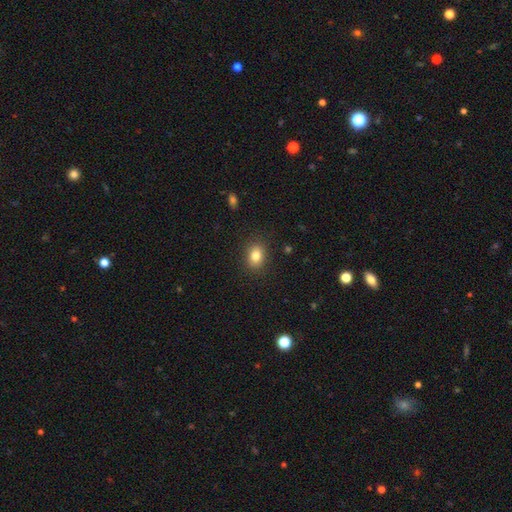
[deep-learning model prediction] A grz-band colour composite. It shows a smooth galaxy with no disk features (83%) that is in between round and cigar-shaped (64%). Merging: none (88%).